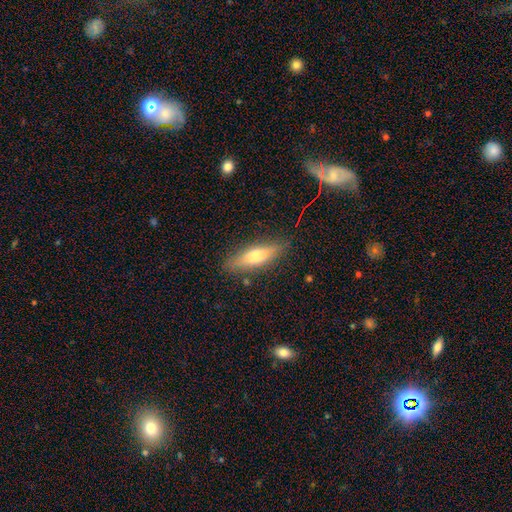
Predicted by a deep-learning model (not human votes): A smooth galaxy with no disk features (62%) that is cigar-shaped (59%).

Vote fractions:
- Smooth or featured? smooth: 62% / featured or disk: 30% / star or artifact: 7%
- How rounded? cigar-shaped: 59% / in between: 39% / round: 2%
- Merging? none: 83% / minor disturbance: 12% / major disturbance: 3% / merger: 2%